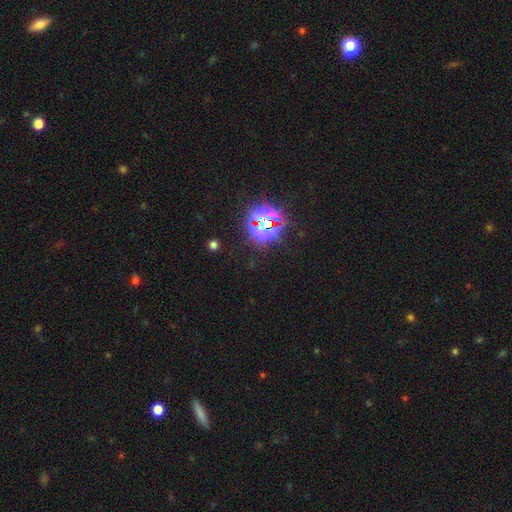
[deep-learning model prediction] Smooth or featured: star or artifact — 81% (smooth — 13%)